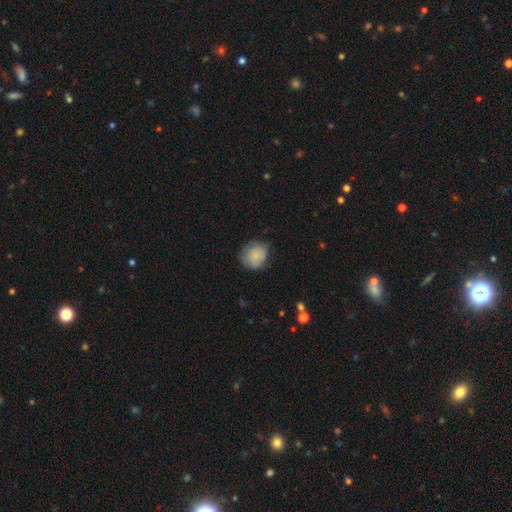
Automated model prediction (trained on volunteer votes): This is likely a smooth galaxy (77%). How rounded: clearly round (82%). Merging: likely none (65%).